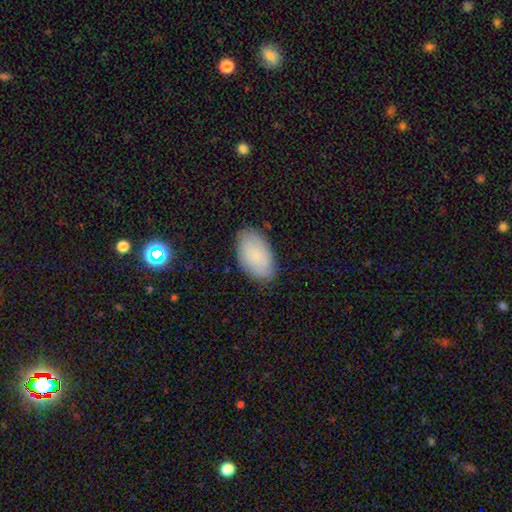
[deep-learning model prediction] Morphology: type=smooth (78%); roundness=in between (94%); merging=none (82%).